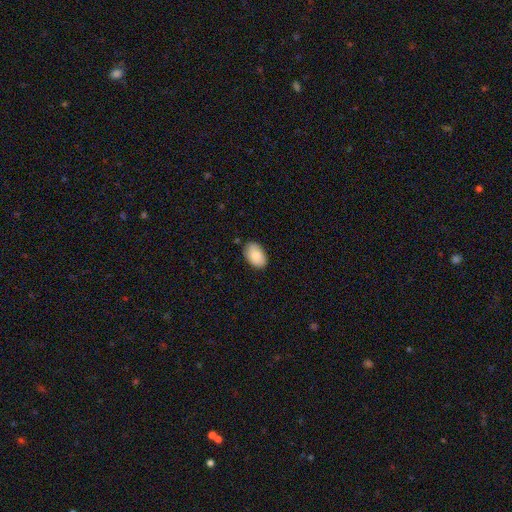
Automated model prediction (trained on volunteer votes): Overall: smooth (86%). How rounded: in between (91%). Merging: none (81%).